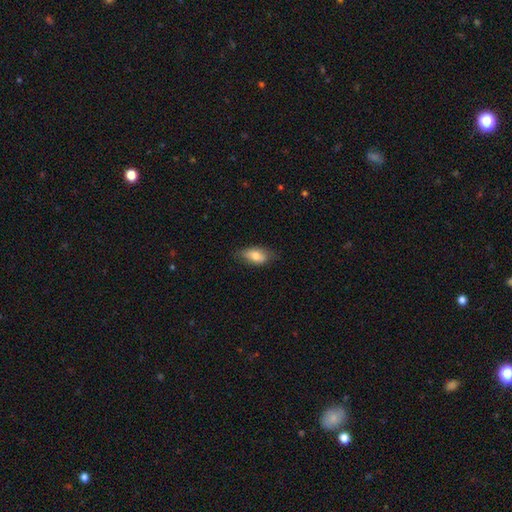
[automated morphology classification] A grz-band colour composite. It shows a smooth galaxy with no disk features (75%) that is in between round and cigar-shaped (89%). Merging: none (70%).